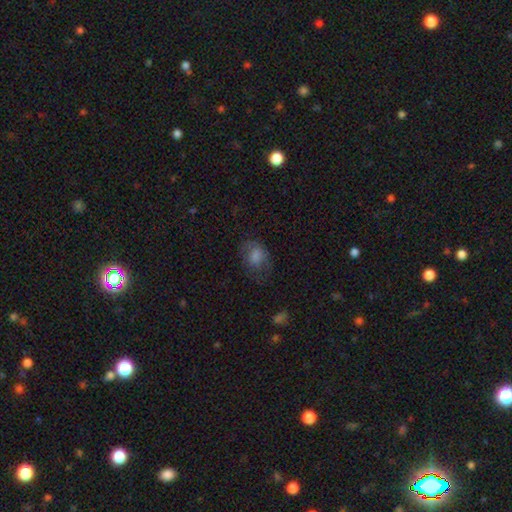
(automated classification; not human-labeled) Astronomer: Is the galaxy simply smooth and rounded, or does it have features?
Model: smooth — 64%.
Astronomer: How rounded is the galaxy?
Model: in between — 63%.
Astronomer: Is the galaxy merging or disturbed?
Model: none — 63%.